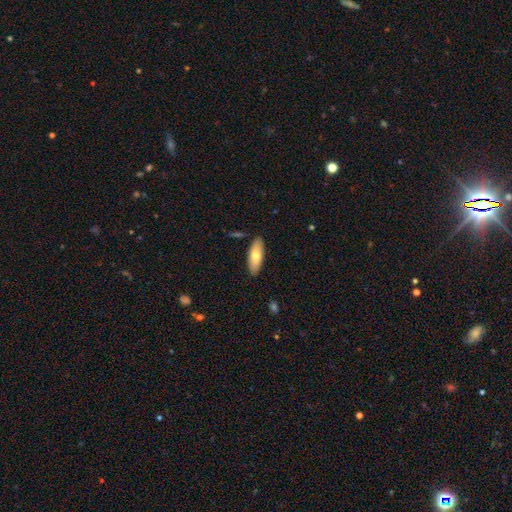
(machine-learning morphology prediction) Q: Smooth or featured?
A: smooth (70%); runner-up: featured or disk (24%)
Q: How rounded?
A: in between (71%); runner-up: cigar-shaped (27%)
Q: Merging?
A: none (88%); runner-up: minor disturbance (9%)